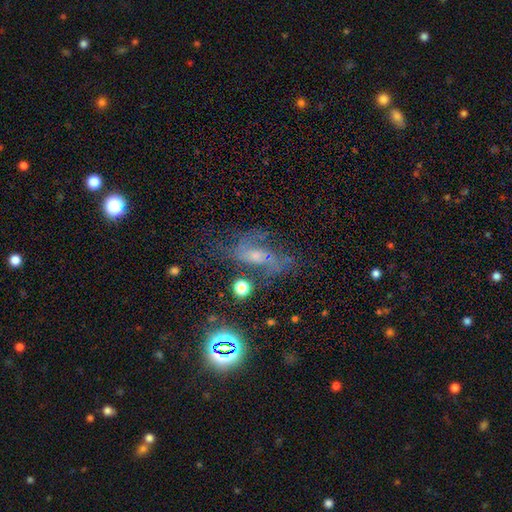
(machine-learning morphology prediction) The model was most divided on "merging": none: 44%, major disturbance: 28%, minor disturbance: 20%, merger: 8%. More confident: edge-on disk — no (92%); smooth or featured — featured or disk (53%).